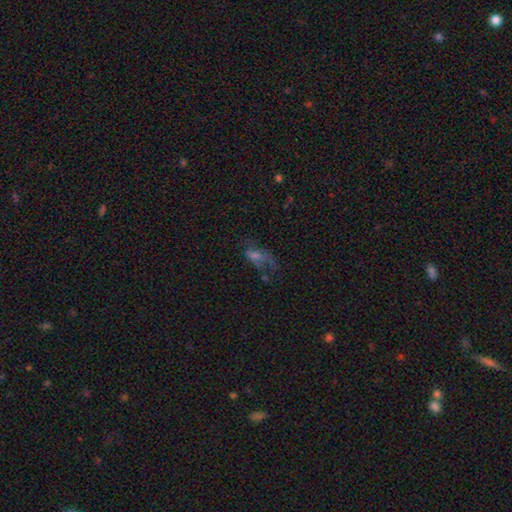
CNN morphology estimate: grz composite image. It shows a smooth galaxy with no disk features (39%). Merging: major disturbance (38%).